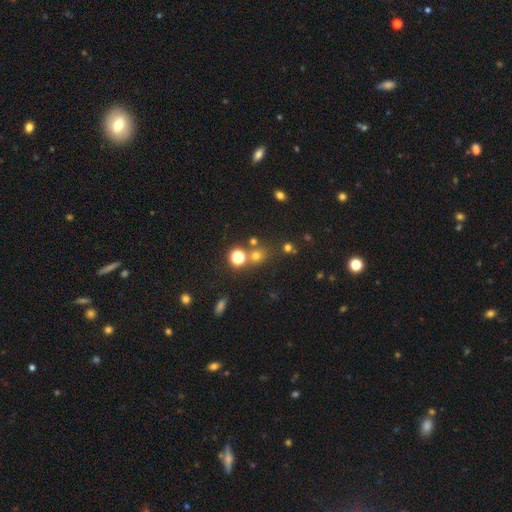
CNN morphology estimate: smooth_or_featured: smooth (p=0.60) [alt: star or artifact p=0.31]
how_rounded: round (p=0.80) [alt: in between p=0.19]
merging: none (p=0.69) [alt: merger p=0.17]